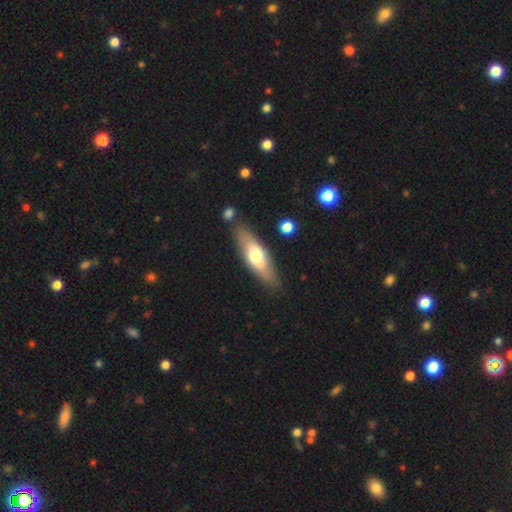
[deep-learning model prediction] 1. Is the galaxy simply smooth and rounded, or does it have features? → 54% smooth, 41% featured or disk, 6% star or artifact.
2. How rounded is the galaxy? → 52% in between, 46% cigar-shaped, 2% round.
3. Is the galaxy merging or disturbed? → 78% none, 13% minor disturbance, 6% merger, 3% major disturbance.